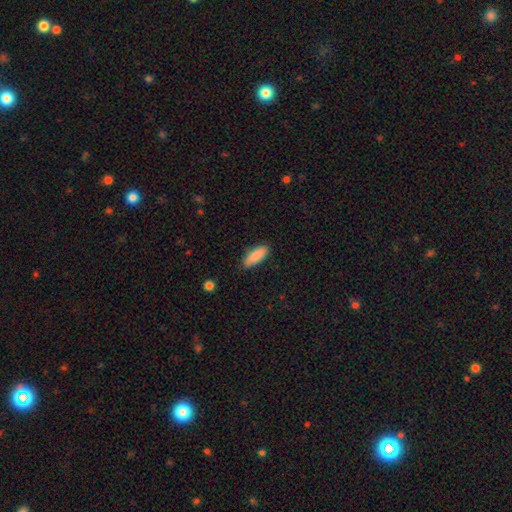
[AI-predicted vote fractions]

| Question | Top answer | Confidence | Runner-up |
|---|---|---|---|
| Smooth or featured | smooth | 87% | featured or disk (7%) |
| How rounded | in between | 71% | cigar-shaped (27%) |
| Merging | none | 87% | minor disturbance (10%) |